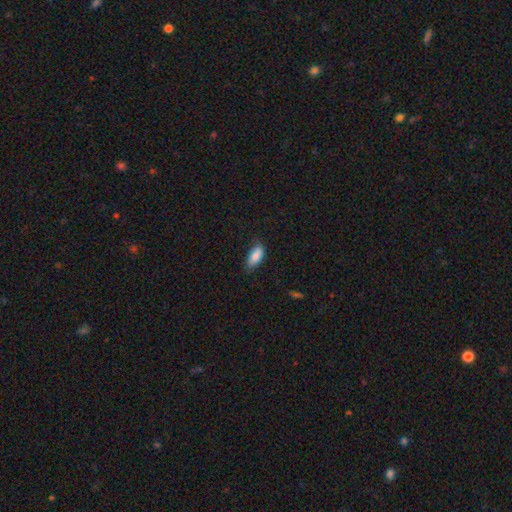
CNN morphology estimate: smooth-or-featured: smooth: 86% | featured or disk: 7% | star or artifact: 7%
  how-rounded: in between: 84% | cigar-shaped: 14% | round: 2%
  merging: none: 70% | minor disturbance: 24% | major disturbance: 4% | merger: 1%